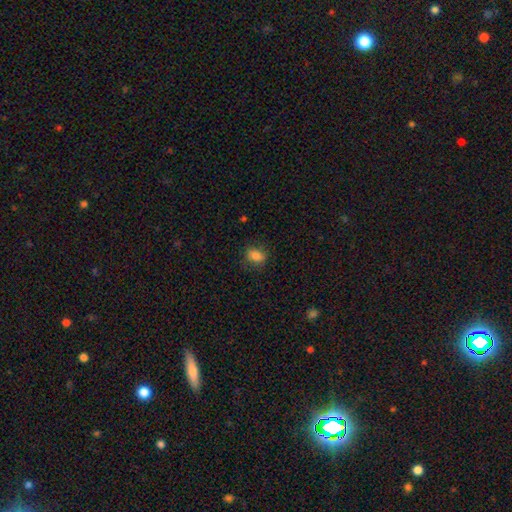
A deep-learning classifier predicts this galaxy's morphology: The model was most divided on "how rounded": in between: 64%, round: 34%, cigar-shaped: 2%. More confident: smooth or featured — smooth (82%); merging — none (78%).